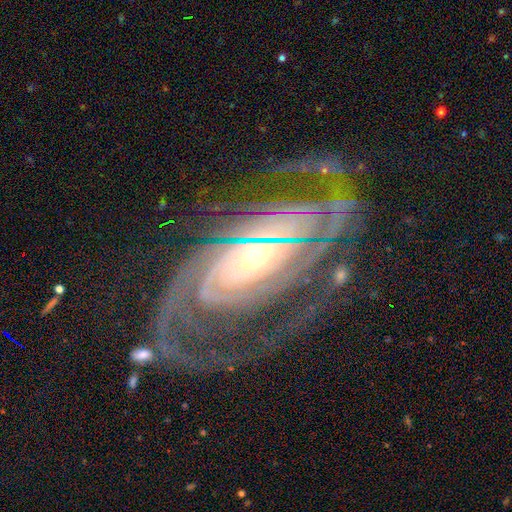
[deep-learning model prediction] This is clearly a featured or disk galaxy (90%). It is clearly not viewed edge-on (95%). Bar: possibly no (56%). Spiral arm pattern: clearly yes (97%). Spiral arm count: marginally 2 (38%). Spiral winding: likely tight (62%). Central bulge: possibly moderate (54%). Merging: likely none (60%).